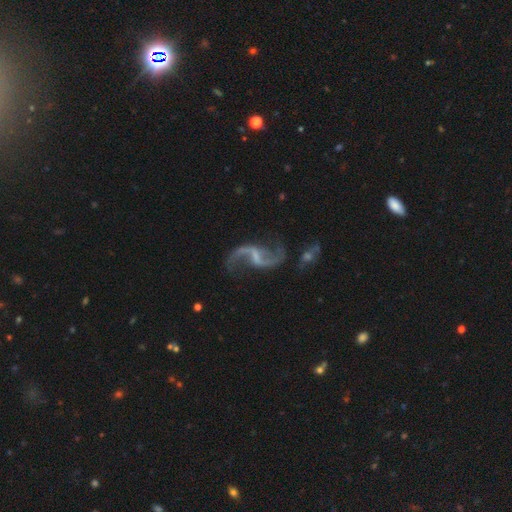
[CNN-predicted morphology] This is clearly a featured or disk galaxy (92%). It is clearly not viewed edge-on (98%). Bar: possibly weak (50%). Spiral arm pattern: clearly yes (97%). Spiral arm count: clearly 2 (94%). Spiral winding: clearly loose (87%). Central bulge: possibly none (46%). Merging: likely none (70%).